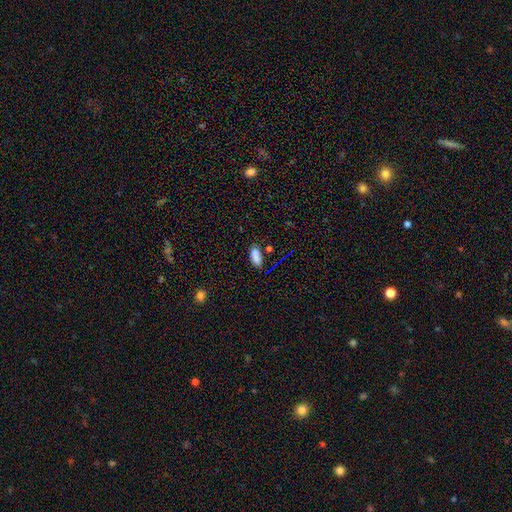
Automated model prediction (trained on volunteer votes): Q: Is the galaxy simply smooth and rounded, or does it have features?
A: smooth — 80%.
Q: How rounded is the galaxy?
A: in between — 82%.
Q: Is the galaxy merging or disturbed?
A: none — 70%.